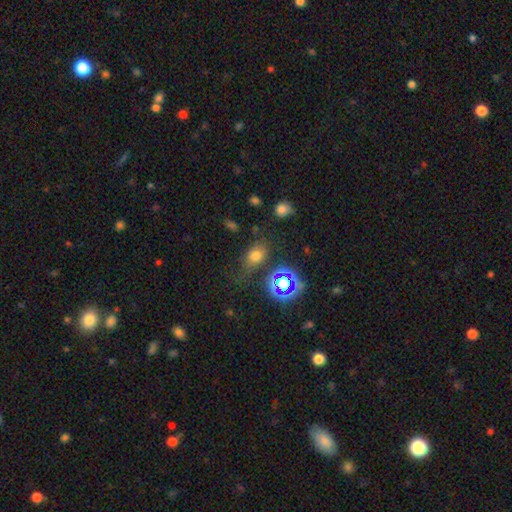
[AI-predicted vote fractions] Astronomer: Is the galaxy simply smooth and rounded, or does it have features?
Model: smooth — 65%.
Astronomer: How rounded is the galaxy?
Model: in between — 70%.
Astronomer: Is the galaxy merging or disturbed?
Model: none — 60%.